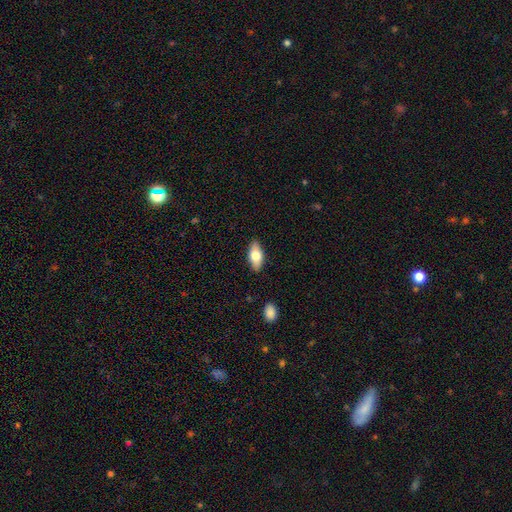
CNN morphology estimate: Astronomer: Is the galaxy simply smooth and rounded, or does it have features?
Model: smooth — 69%.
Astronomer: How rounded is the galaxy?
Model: in between — 86%.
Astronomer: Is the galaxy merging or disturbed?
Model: none — 87%.